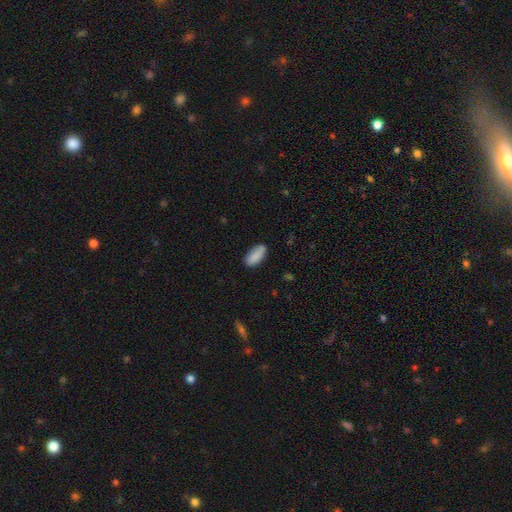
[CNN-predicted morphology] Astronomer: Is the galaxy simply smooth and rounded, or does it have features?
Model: smooth — 88%.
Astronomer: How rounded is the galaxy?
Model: in between — 89%.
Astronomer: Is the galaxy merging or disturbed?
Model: none — 77%.